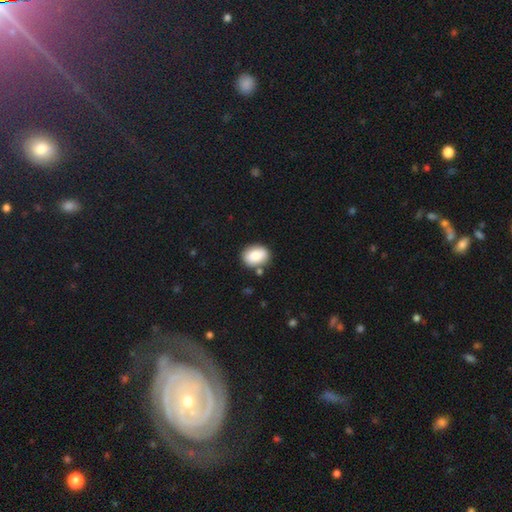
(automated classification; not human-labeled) The model was most divided on "how rounded": in between: 61%, round: 38%, cigar-shaped: 1%. More confident: smooth or featured — smooth (82%); merging — none (80%).